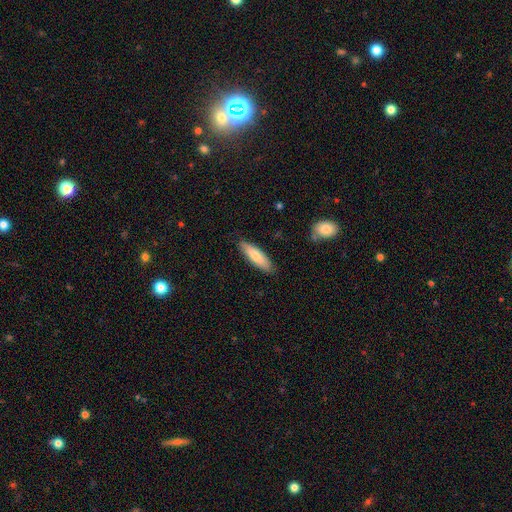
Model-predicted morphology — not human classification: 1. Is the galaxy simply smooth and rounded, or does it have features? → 74% smooth, 21% featured or disk, 6% star or artifact.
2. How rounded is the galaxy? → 59% cigar-shaped, 39% in between, 2% round.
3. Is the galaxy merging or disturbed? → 85% none, 12% minor disturbance, 2% major disturbance, 1% merger.